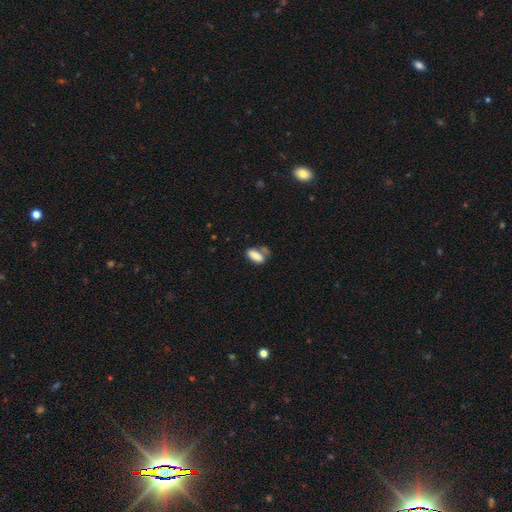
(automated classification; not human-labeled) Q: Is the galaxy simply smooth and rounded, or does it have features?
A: smooth — 84%.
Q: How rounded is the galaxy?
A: in between — 82%.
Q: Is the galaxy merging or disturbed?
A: none — 48%.